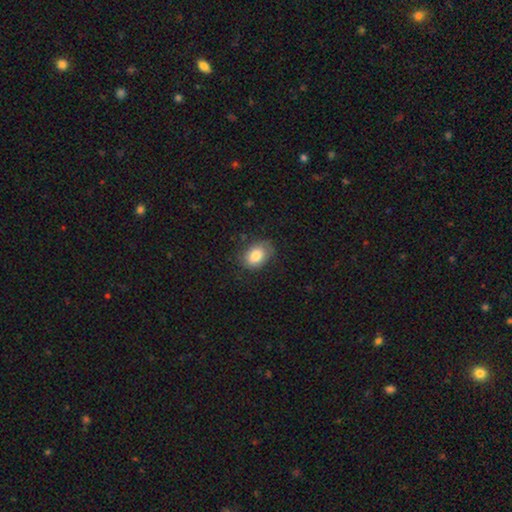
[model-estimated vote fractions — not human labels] Smooth or featured: smooth — 81% (featured or disk — 11%)
How rounded: in between — 78% (round — 21%)
Merging: none — 71% (minor disturbance — 21%)